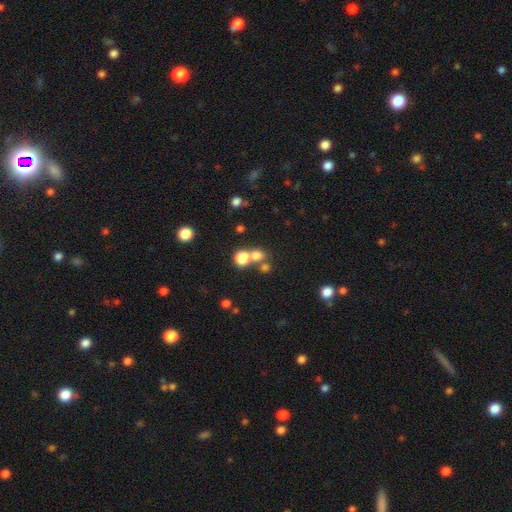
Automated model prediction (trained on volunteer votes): Smooth or featured?
  - smooth: 74% *
  - star or artifact: 17%
  - featured or disk: 9%
How rounded?
  - round: 79% *
  - in between: 20%
  - cigar-shaped: 1%
Merging?
  - none: 49% *
  - merger: 40%
  - minor disturbance: 7%
  - major disturbance: 4%